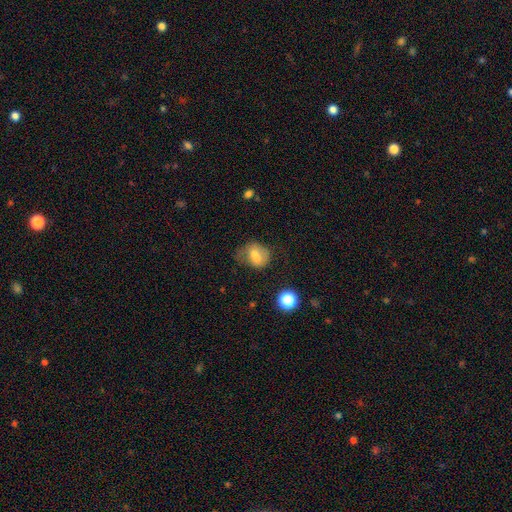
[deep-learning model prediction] This is likely a smooth galaxy (68%). How rounded: possibly in between (57%). Merging: marginally none (44%).